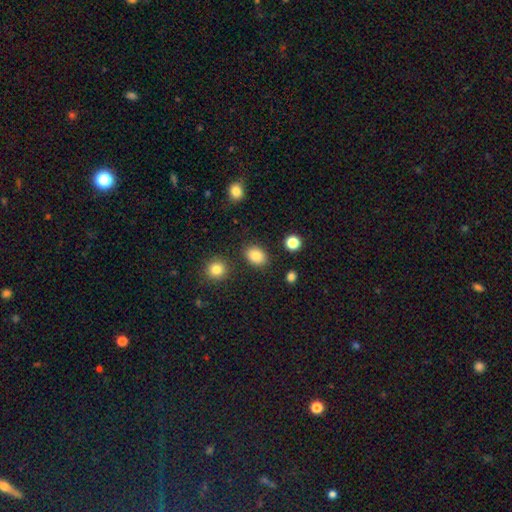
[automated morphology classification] The model was most divided on "how rounded": in between: 70%, round: 29%, cigar-shaped: 1%. More confident: merging — none (86%); smooth or featured — smooth (84%).